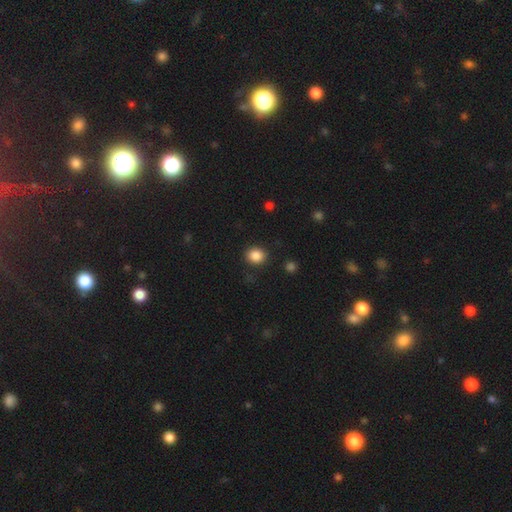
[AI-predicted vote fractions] Smooth or featured? Predicted: smooth (p=0.86). How rounded? Predicted: round (p=0.75). Merging? Predicted: none (p=0.87).